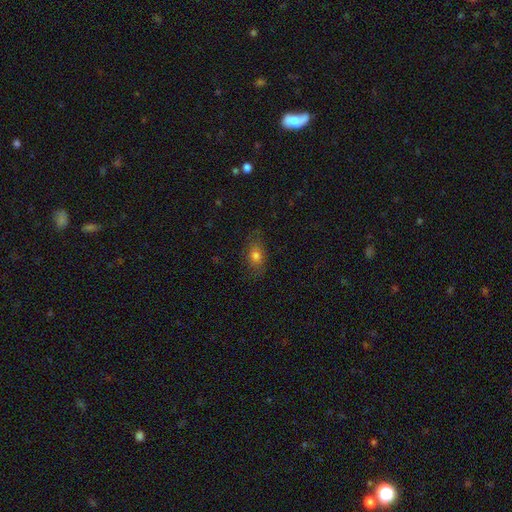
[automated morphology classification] Smooth or featured: smooth — 73% (featured or disk — 15%)
How rounded: in between — 77% (round — 17%)
Merging: none — 77% (minor disturbance — 17%)